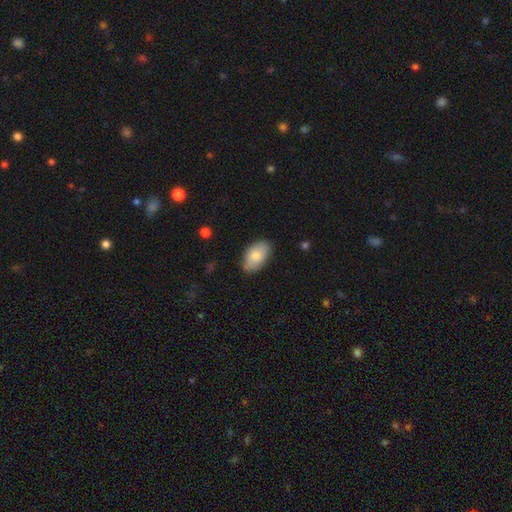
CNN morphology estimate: The model was most divided on "smooth or featured": smooth: 77%, featured or disk: 16%, star or artifact: 6%. More confident: how rounded — in between (93%); merging — none (79%).